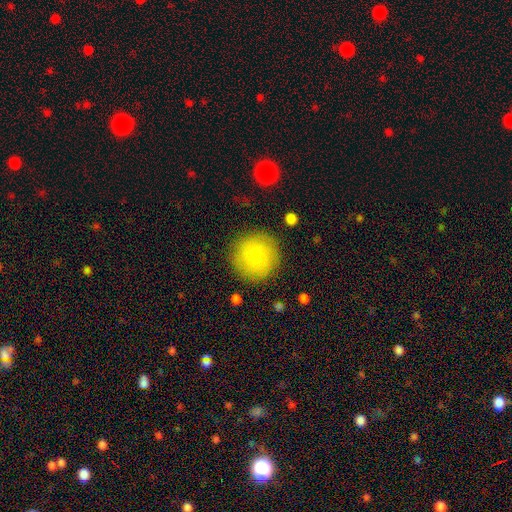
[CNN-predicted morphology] Smooth or featured? smooth (78%)
How rounded? round (95%)
Merging? none (87%)